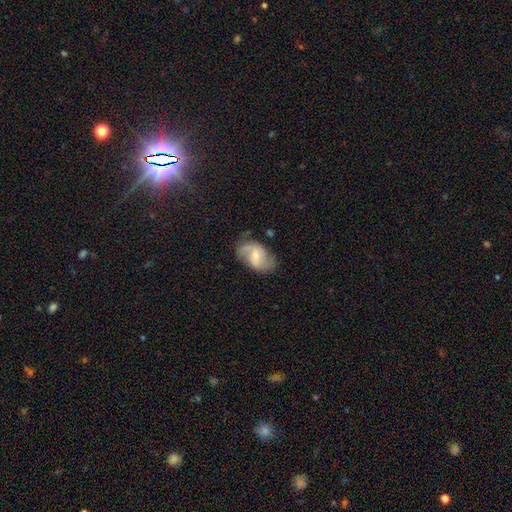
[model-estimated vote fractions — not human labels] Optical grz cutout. It shows a featured or disk galaxy (71%) with a weak bar (51%), 2 (82%) medium (43%, tied with loose) spiral arms (91%) and a small central bulge (53%). Merging: none (68%).